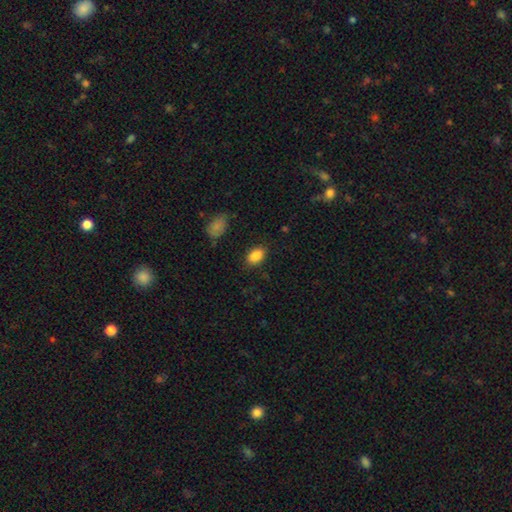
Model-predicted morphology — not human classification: smooth 88%, star or artifact 8%, featured or disk 4%. Down the decision tree: how rounded — in between (88%); merging — none (85%).